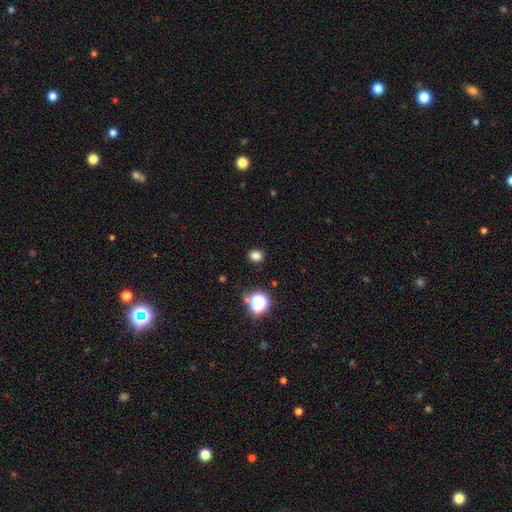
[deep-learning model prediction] smooth 79%, star or artifact 17%, featured or disk 4%. Down the decision tree: how rounded — round (61%); merging — none (87%).